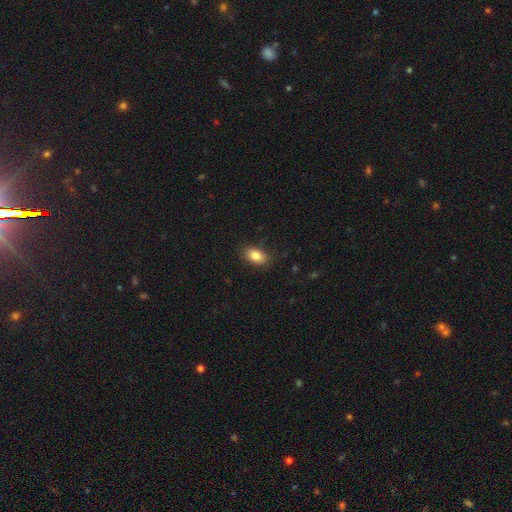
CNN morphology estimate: A smooth galaxy with no disk features (85%) that is in between round and cigar-shaped (86%). Merging: none (85%).